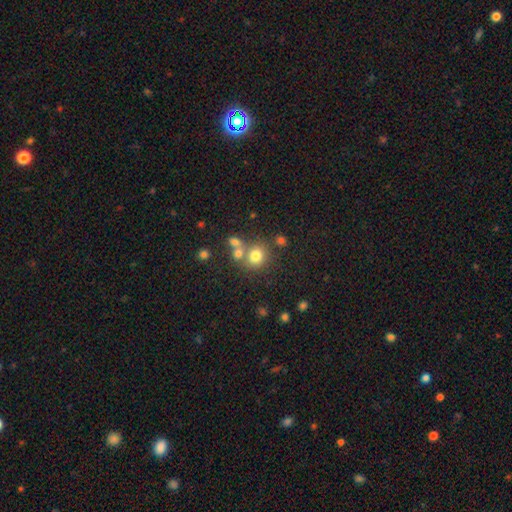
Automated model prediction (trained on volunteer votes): smooth-or-featured: smooth: 75% | star or artifact: 15% | featured or disk: 10%
  how-rounded: round: 83% | in between: 16% | cigar-shaped: 1%
  merging: none: 60% | merger: 25% | minor disturbance: 10% | major disturbance: 5%